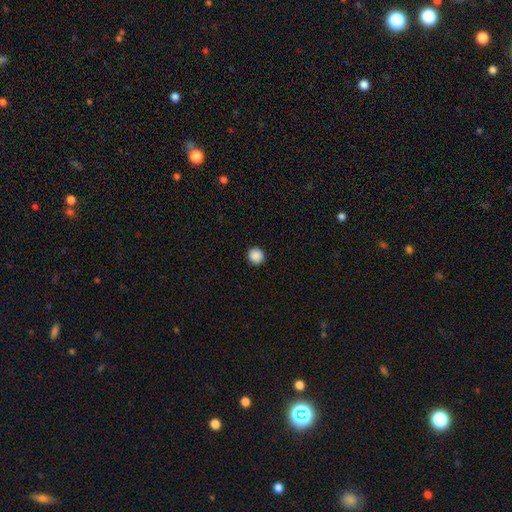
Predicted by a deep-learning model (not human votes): Q: Smooth or featured?
A: smooth (89%); runner-up: star or artifact (9%)
Q: How rounded?
A: round (91%); runner-up: in between (8%)
Q: Merging?
A: none (92%); runner-up: minor disturbance (5%)